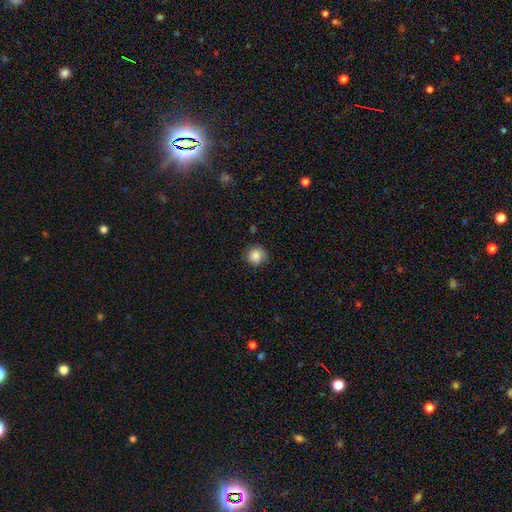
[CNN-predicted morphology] Smooth or featured? Predicted: smooth (p=0.85). How rounded? Predicted: round (p=0.90). Merging? Predicted: none (p=0.81).